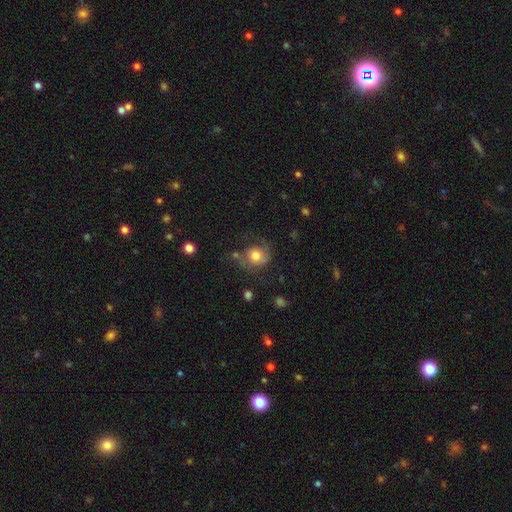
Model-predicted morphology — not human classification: Overall: smooth (52%; featured or disk 38%). How rounded: round (76%). Merging: none (51%; minor disturbance 24%).